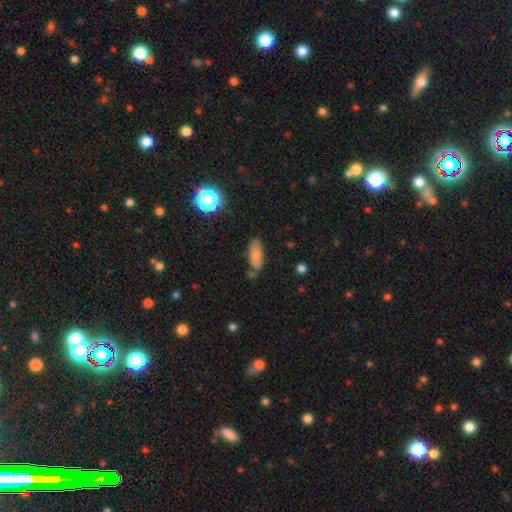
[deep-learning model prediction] smooth_or_featured: smooth (p=0.78) [alt: featured or disk p=0.12]
how_rounded: in between (p=0.75) [alt: cigar-shaped p=0.22]
merging: none (p=0.67) [alt: minor disturbance p=0.20]